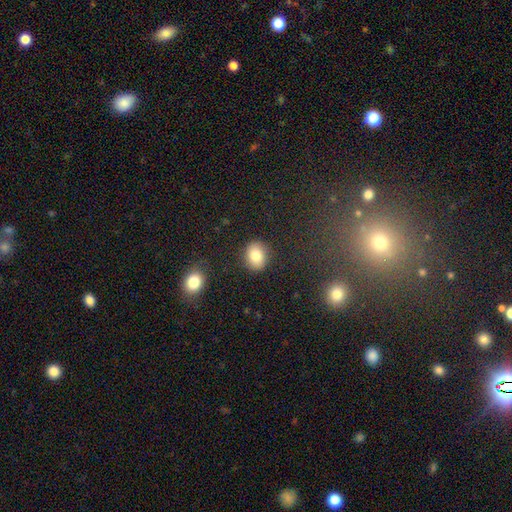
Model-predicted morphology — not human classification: Smooth or featured?
  - smooth: 83% *
  - star or artifact: 9%
  - featured or disk: 8%
How rounded?
  - round: 58% *
  - in between: 41%
  - cigar-shaped: 1%
Merging?
  - none: 87% *
  - minor disturbance: 9%
  - major disturbance: 3%
  - merger: 2%